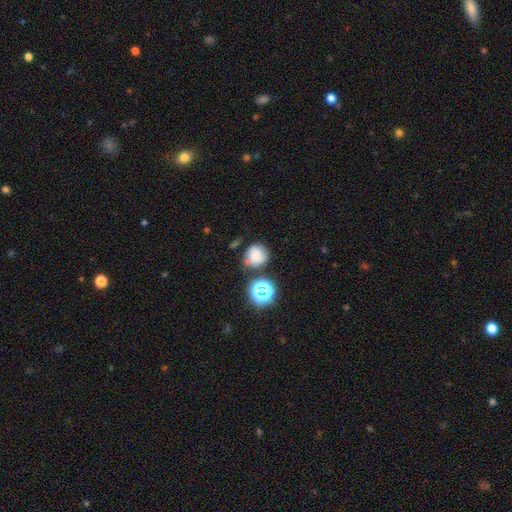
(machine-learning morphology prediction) smooth-or-featured: smooth: 64% | featured or disk: 19% | star or artifact: 17%
  how-rounded: round: 85% | in between: 14% | cigar-shaped: 1%
  merging: none: 60% | minor disturbance: 21% | merger: 10% | major disturbance: 8%